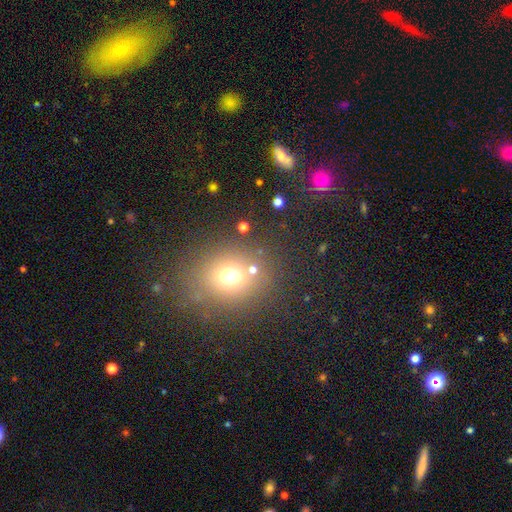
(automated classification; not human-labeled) Morphology: type=smooth (64%); roundness=round (67%); merging=none (77%).